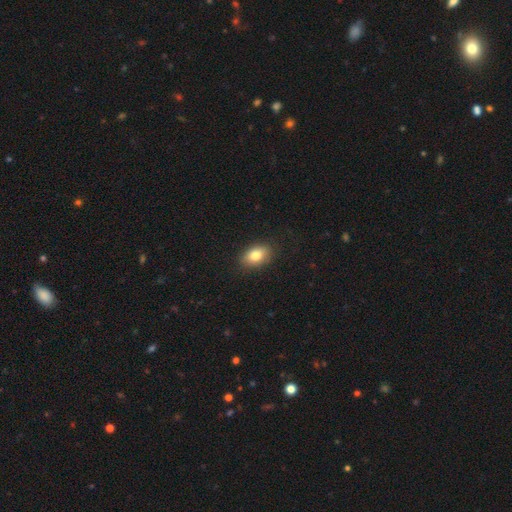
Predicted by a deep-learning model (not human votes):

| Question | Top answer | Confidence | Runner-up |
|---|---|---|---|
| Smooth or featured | smooth | 81% | featured or disk (11%) |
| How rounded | in between | 85% | round (13%) |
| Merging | none | 87% | minor disturbance (10%) |